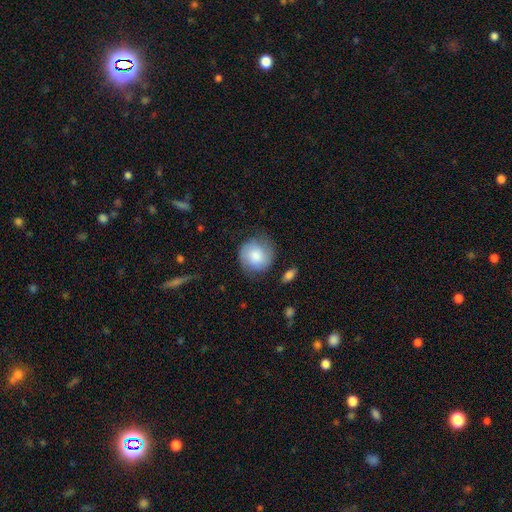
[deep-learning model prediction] Q: Smooth or featured?
A: smooth (75%); runner-up: featured or disk (18%)
Q: How rounded?
A: round (89%); runner-up: in between (10%)
Q: Merging?
A: none (71%); runner-up: minor disturbance (21%)